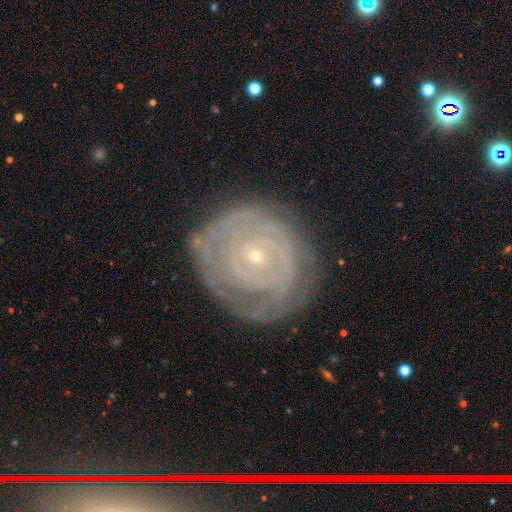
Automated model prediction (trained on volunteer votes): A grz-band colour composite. It shows a featured or disk galaxy (83%) with no bar (78%), tight (86%) spiral arms (89%) and a small central bulge (86%). Merging: none (77%).